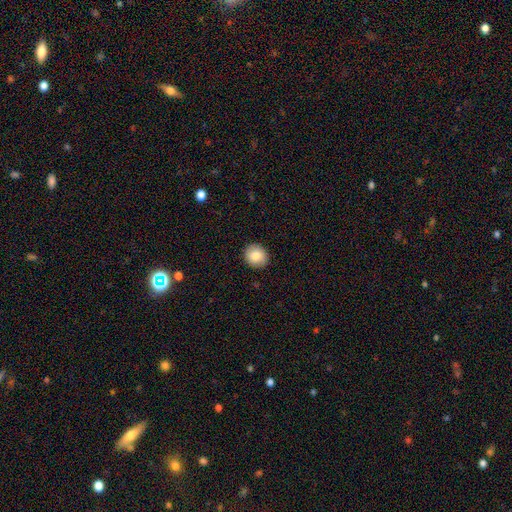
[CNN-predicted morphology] smooth 83%, featured or disk 10%, star or artifact 8%. Down the decision tree: how rounded — round (82%); merging — none (91%).